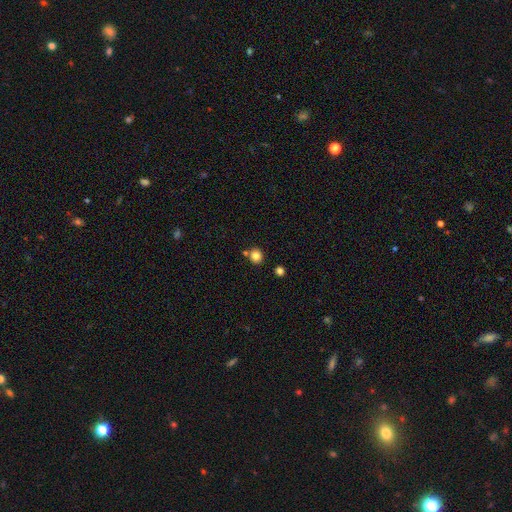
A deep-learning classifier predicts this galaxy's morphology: Overall: smooth (82%). How rounded: round (84%). Merging: none (76%).